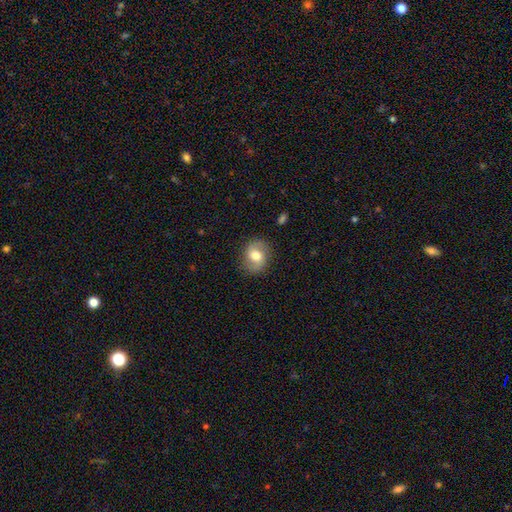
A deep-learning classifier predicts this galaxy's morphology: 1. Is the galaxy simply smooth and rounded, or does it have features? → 47% featured or disk, 45% smooth, 8% star or artifact.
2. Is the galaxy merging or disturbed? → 81% none, 13% minor disturbance, 4% major disturbance, 1% merger.